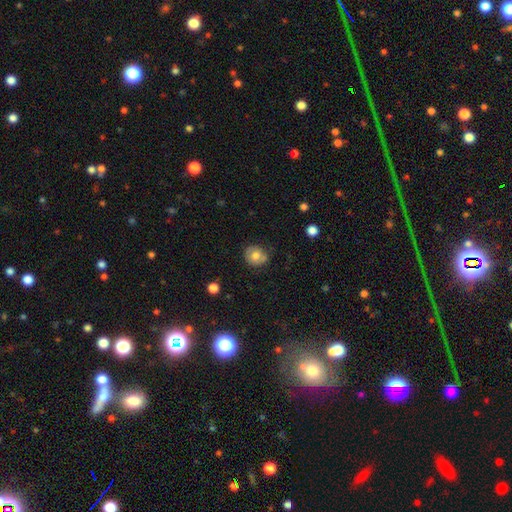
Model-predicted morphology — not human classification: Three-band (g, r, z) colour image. It shows a smooth galaxy with no disk features (68%) that is round (75%). Merging: none (69%).